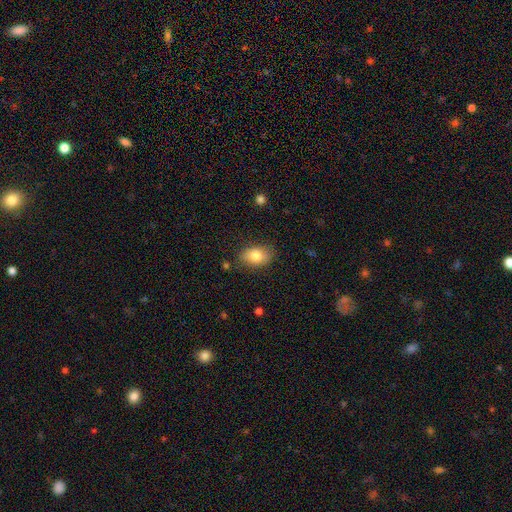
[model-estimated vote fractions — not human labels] Morphology: type=smooth (81%); roundness=in between (84%); merging=none (82%).